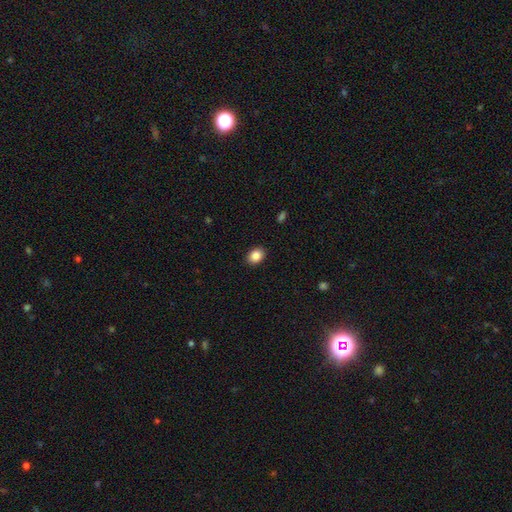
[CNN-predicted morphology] Smooth or featured: smooth — 88% (star or artifact — 8%)
How rounded: in between — 67% (round — 32%)
Merging: none — 90% (minor disturbance — 7%)